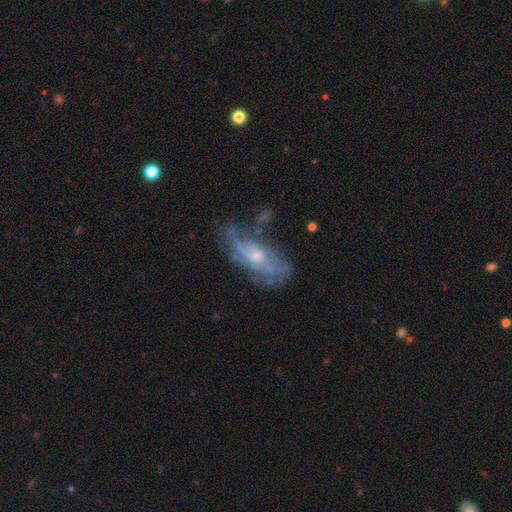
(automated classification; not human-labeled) featured or disk 70%, smooth 21%, star or artifact 9%. Down the decision tree: edge-on disk — no (85%); bar — no (75%); spiral arms — yes (55%); bulge size — small (50%); merging — none (44%).